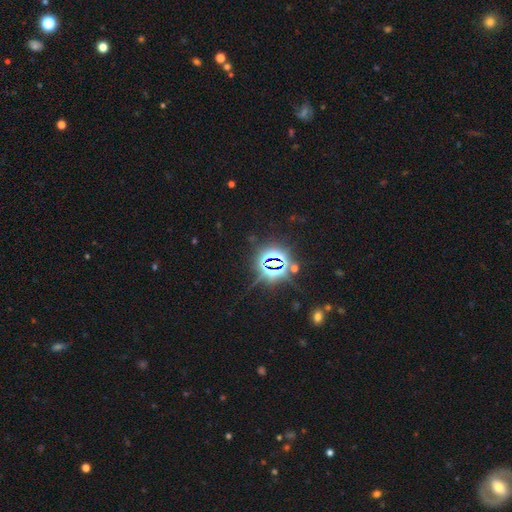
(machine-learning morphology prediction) A star or artifact, not a galaxy (82%).